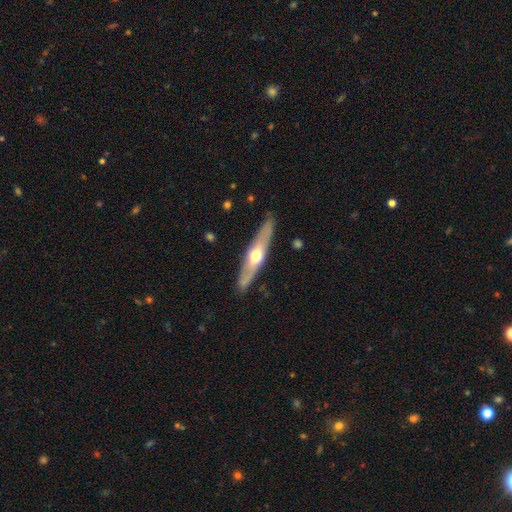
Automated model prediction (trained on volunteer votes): A featured or disk galaxy (59%) viewed edge-on (86%) with a rounded central bulge (92%). Merging: none (87%).